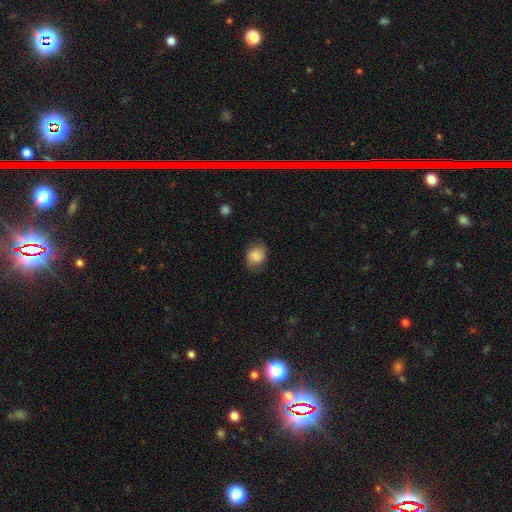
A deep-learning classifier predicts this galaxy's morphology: Smooth or featured? smooth (81%)
How rounded? in between (53%)
Merging? none (69%)